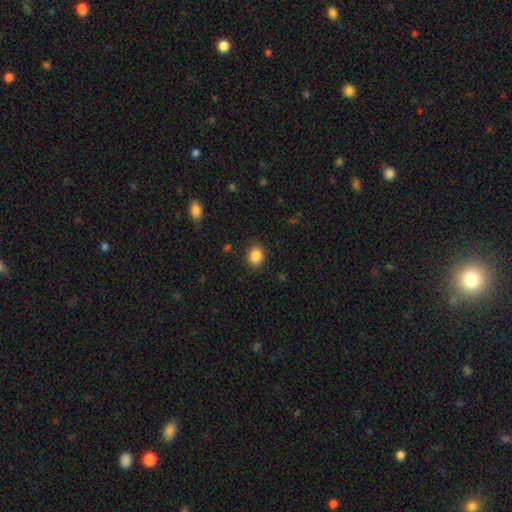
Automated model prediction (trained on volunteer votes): Smooth or featured?
  - smooth: 87% *
  - star or artifact: 9%
  - featured or disk: 4%
How rounded?
  - round: 52% *
  - in between: 47%
  - cigar-shaped: 1%
Merging?
  - none: 85% *
  - minor disturbance: 11%
  - major disturbance: 3%
  - merger: 1%